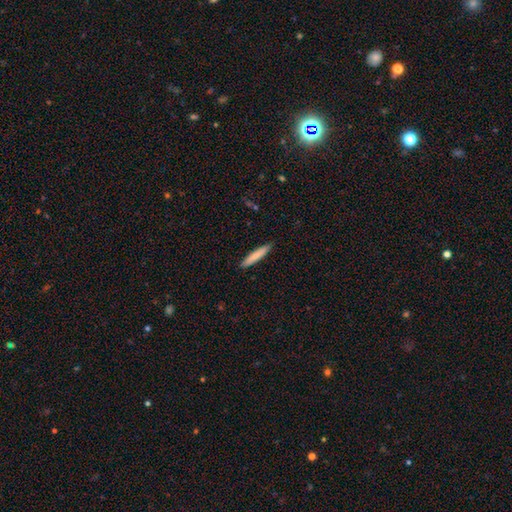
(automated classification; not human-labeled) Smooth or featured: smooth — 81% (featured or disk — 14%)
How rounded: cigar-shaped — 93% (in between — 6%)
Merging: none — 90% (minor disturbance — 7%)